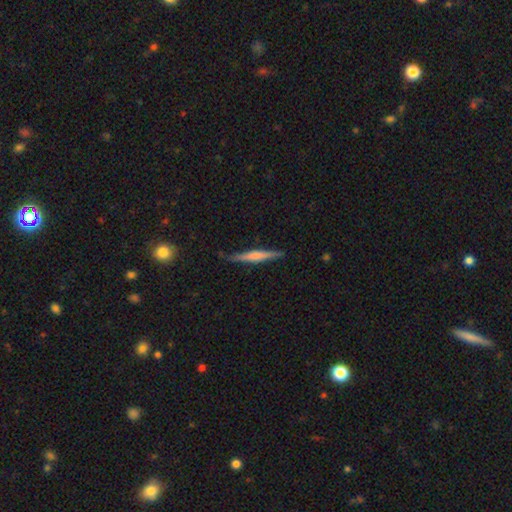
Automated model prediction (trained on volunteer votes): A featured or disk galaxy (56%) viewed edge-on (97%) with a rounded central bulge (43%). Merging: none (86%).